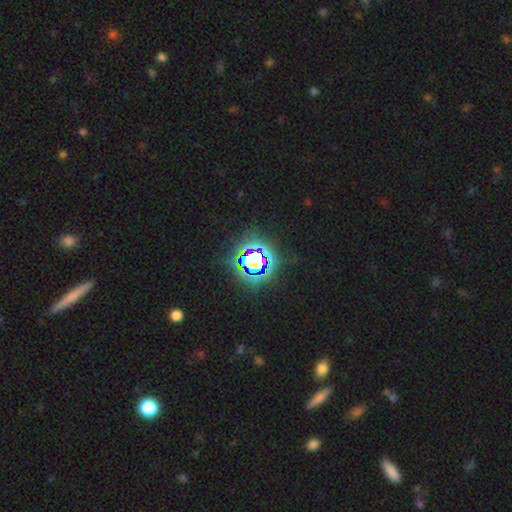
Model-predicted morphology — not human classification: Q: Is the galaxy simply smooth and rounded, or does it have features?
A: star or artifact — 76%.